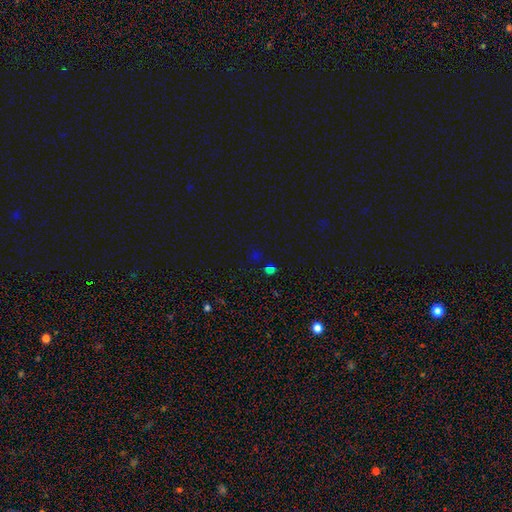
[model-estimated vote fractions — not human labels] A star or artifact, not a galaxy (56%).